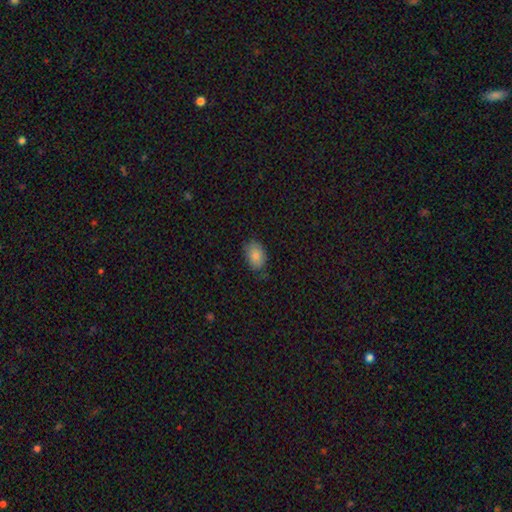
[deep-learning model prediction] The model was most divided on "merging": none: 75%, minor disturbance: 20%, major disturbance: 4%, merger: 1%. More confident: how rounded — in between (86%); smooth or featured — smooth (85%).